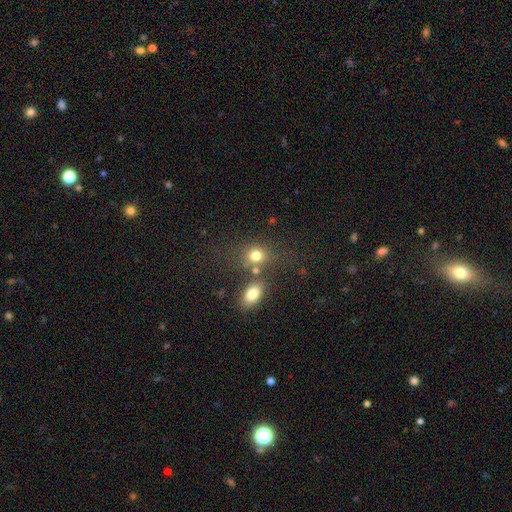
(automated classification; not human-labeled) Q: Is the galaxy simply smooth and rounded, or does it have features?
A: smooth — 77%.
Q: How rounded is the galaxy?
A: round — 63%.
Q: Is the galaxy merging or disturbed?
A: none — 56%.